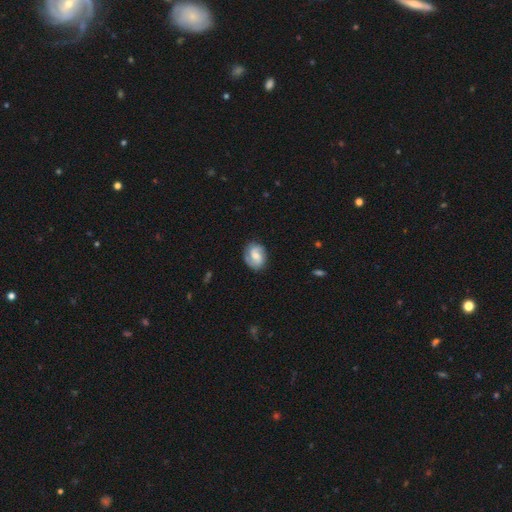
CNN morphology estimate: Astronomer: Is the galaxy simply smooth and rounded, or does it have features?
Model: featured or disk — 62%.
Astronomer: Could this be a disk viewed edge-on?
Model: no — 97%.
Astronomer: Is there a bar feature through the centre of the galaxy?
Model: weak — 49% (runner-up: no, 39%).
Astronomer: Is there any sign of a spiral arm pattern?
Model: yes — 90%.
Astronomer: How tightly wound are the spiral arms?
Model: medium — 43% (runner-up: tight, 32%).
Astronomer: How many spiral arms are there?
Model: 2 — 76%.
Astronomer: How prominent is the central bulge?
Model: moderate — 51% (runner-up: small, 36%).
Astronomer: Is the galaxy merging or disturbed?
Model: none — 78%.